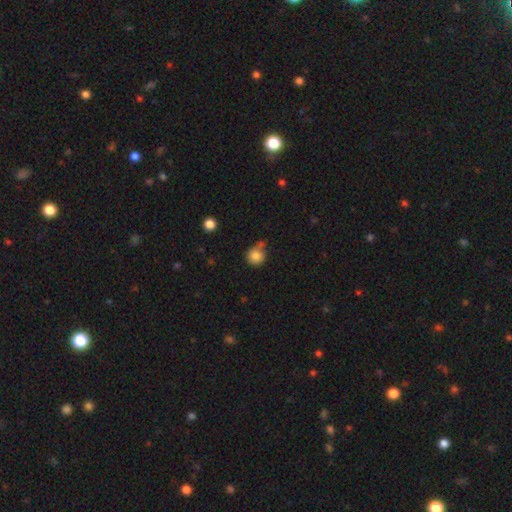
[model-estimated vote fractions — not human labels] smooth_or_featured: smooth (p=0.83) [alt: star or artifact p=0.10]
how_rounded: round (p=0.90) [alt: in between p=0.09]
merging: none (p=0.60) [alt: merger p=0.17]